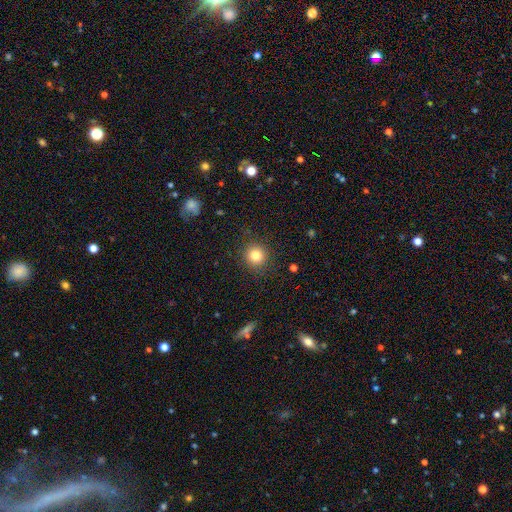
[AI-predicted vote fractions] smooth 82%, star or artifact 12%, featured or disk 6%. Down the decision tree: how rounded — round (91%); merging — none (89%).